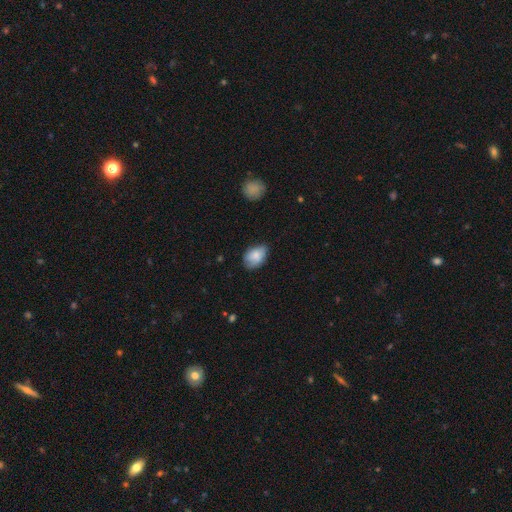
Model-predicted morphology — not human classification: A smooth galaxy with no disk features (79%) that is in between round and cigar-shaped (86%). Merging: none (63%).